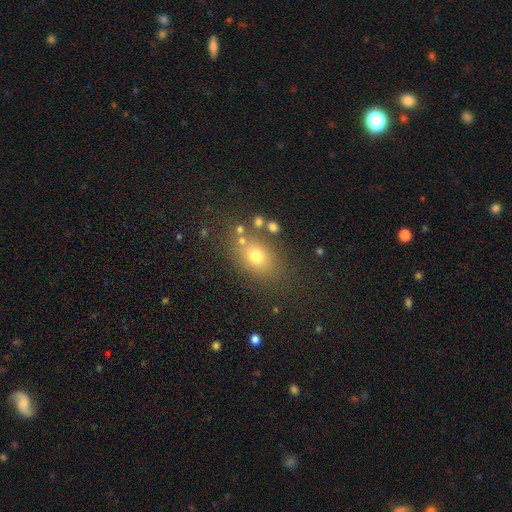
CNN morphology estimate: A smooth galaxy with no disk features (70%) that is in between round and cigar-shaped (65%).

Vote fractions:
- Smooth or featured? smooth: 70% / star or artifact: 16% / featured or disk: 13%
- How rounded? in between: 65% / round: 33% / cigar-shaped: 2%
- Merging? none: 74% / minor disturbance: 13% / merger: 7% / major disturbance: 6%